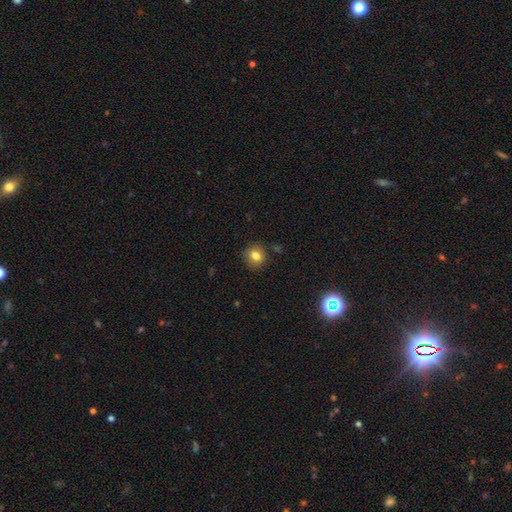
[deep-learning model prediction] smooth-or-featured: smooth: 80% | star or artifact: 11% | featured or disk: 9%
  how-rounded: round: 80% | in between: 19% | cigar-shaped: 1%
  merging: none: 85% | minor disturbance: 10% | major disturbance: 3% | merger: 2%